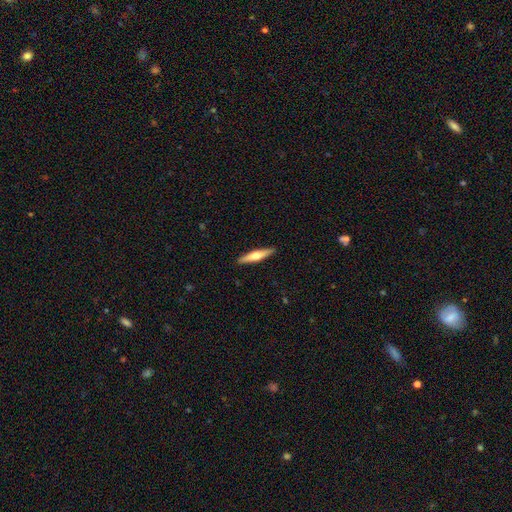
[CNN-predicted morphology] type=featured or disk (54%); edge-on=yes (95%); edge-on bulge=rounded (92%); merging=none (91%).